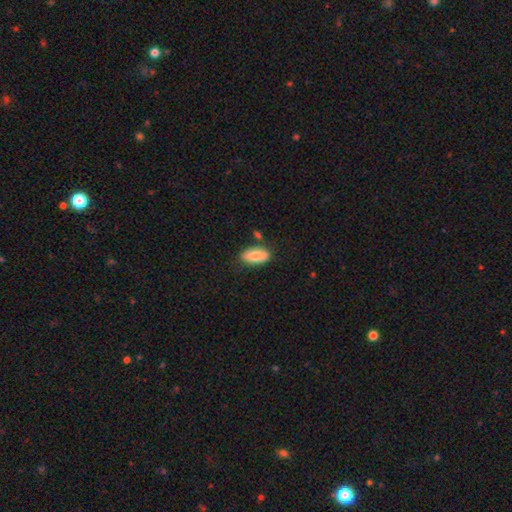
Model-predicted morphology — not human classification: Smooth or featured: smooth — 83% (featured or disk — 11%)
How rounded: in between — 89% (cigar-shaped — 9%)
Merging: none — 79% (minor disturbance — 14%)